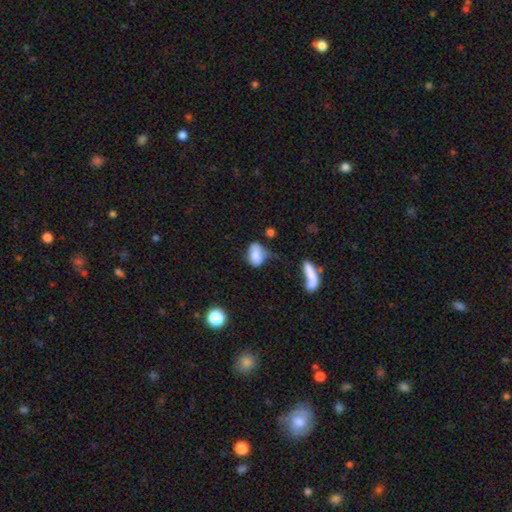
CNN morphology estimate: smooth-or-featured: smooth: 79% | featured or disk: 12% | star or artifact: 9%
  how-rounded: in between: 81% | round: 17% | cigar-shaped: 2%
  merging: none: 37% | minor disturbance: 34% | major disturbance: 19% | merger: 11%